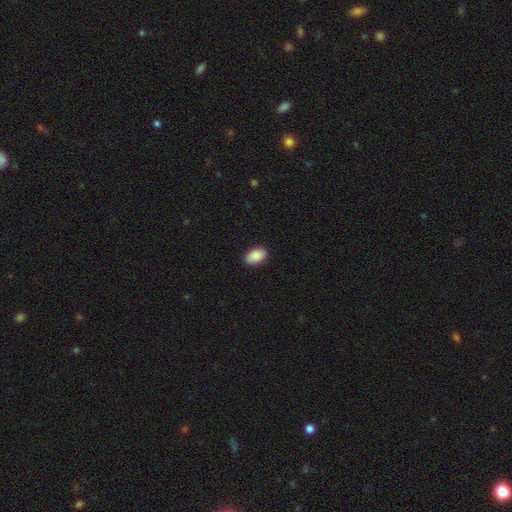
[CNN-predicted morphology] Smooth or featured: smooth — 88% (star or artifact — 7%)
How rounded: in between — 91% (round — 8%)
Merging: none — 88% (minor disturbance — 9%)